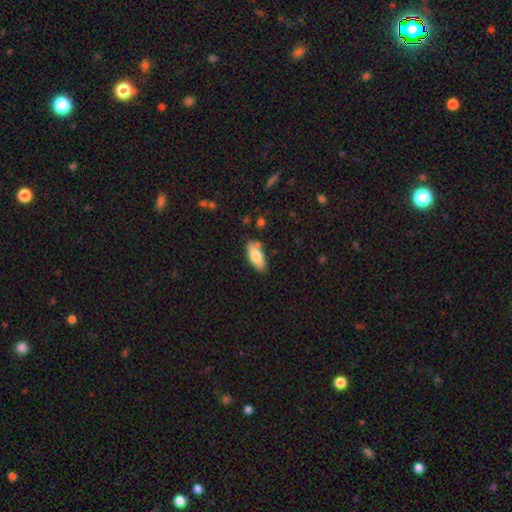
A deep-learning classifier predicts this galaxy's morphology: Smooth or featured? smooth (80%)
How rounded? in between (81%)
Merging? none (77%)